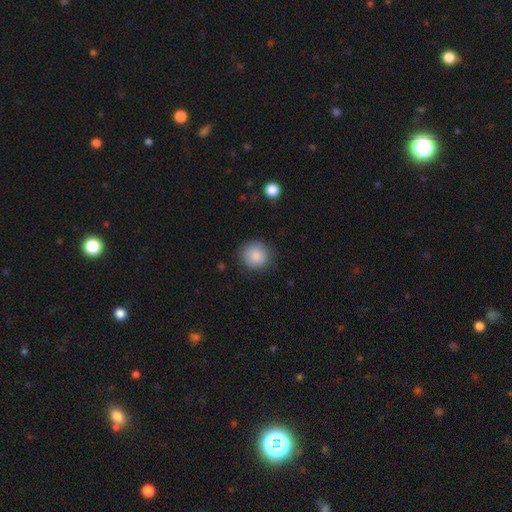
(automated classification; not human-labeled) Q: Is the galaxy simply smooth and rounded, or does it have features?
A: smooth — 86%.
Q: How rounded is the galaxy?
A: round — 91%.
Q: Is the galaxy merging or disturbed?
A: none — 85%.